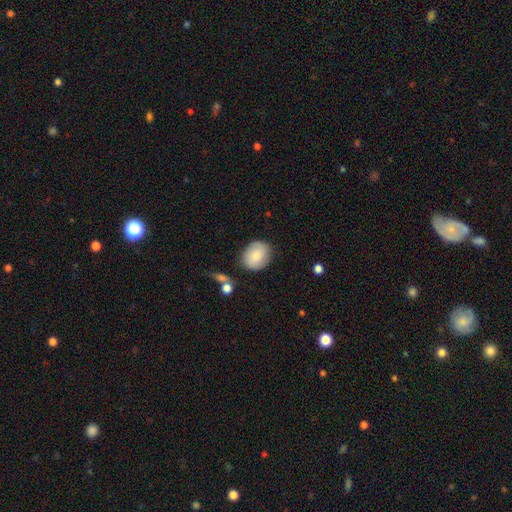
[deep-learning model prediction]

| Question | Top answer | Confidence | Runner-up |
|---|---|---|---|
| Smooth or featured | smooth | 76% | featured or disk (17%) |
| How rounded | round | 50% | in between (49%) |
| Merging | none | 80% | minor disturbance (14%) |